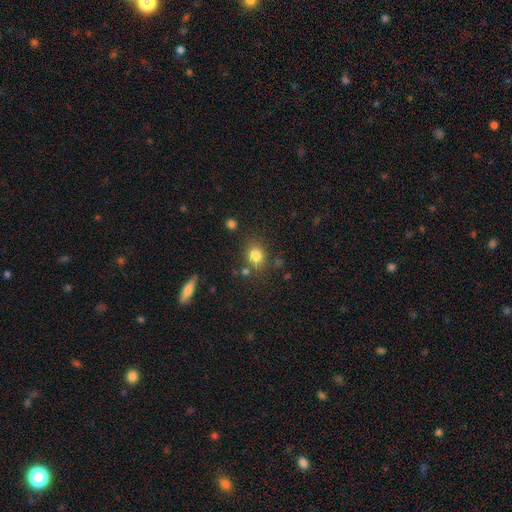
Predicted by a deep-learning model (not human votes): Smooth or featured?
  - smooth: 80% *
  - star or artifact: 12%
  - featured or disk: 8%
How rounded?
  - round: 58% *
  - in between: 41%
  - cigar-shaped: 1%
Merging?
  - none: 77% *
  - minor disturbance: 13%
  - merger: 7%
  - major disturbance: 4%